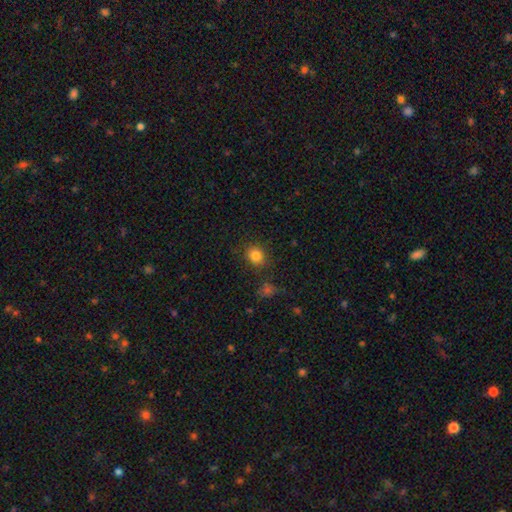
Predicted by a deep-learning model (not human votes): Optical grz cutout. It shows a smooth galaxy with no disk features (83%) that is round (69%). Merging: none (83%).